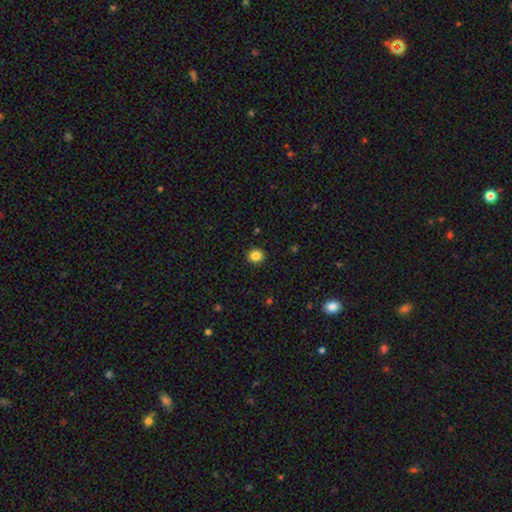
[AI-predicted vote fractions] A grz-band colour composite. It shows a smooth galaxy with no disk features (84%) that is round (89%). Merging: none (92%).